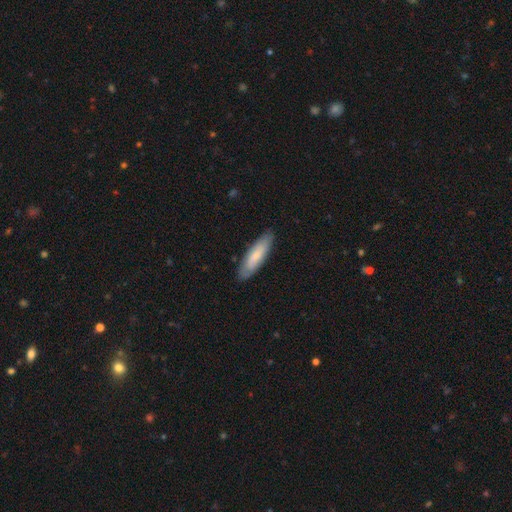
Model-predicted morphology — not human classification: type=smooth (76%); roundness=cigar-shaped (67%); merging=none (85%).